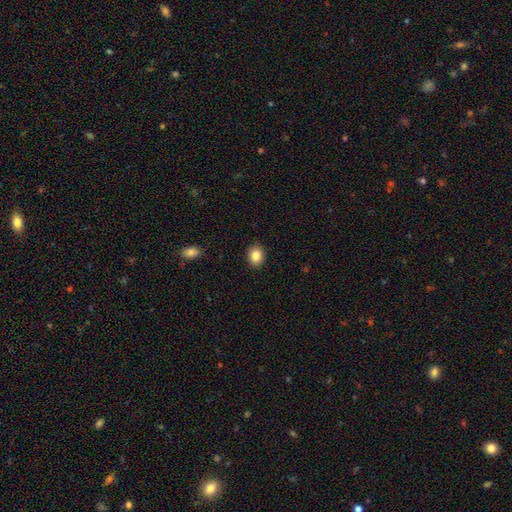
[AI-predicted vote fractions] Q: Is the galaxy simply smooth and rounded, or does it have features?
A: smooth — 85%.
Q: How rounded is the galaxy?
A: in between — 50%.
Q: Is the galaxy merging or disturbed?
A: none — 90%.